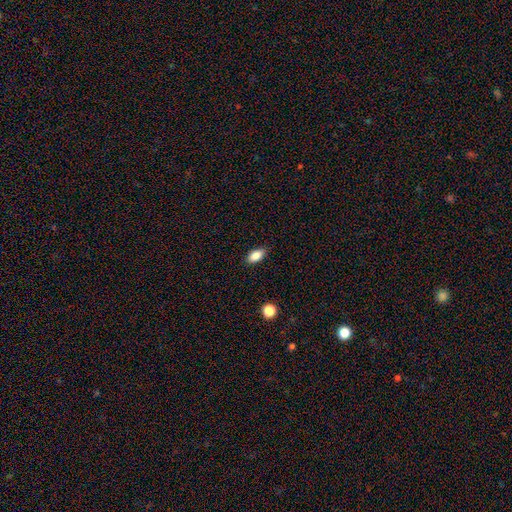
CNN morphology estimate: Smooth or featured? smooth (86%)
How rounded? in between (91%)
Merging? none (87%)